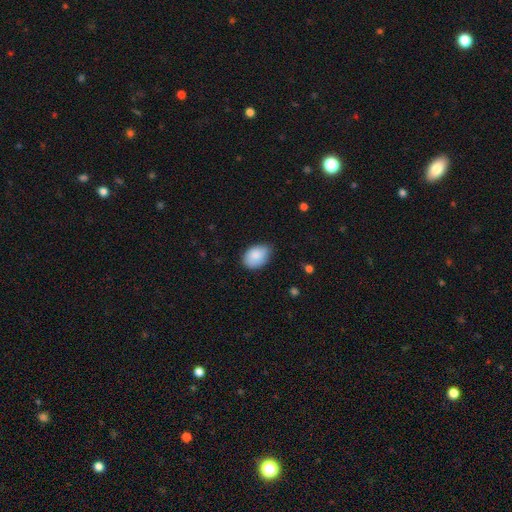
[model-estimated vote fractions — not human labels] Overall: smooth (87%). How rounded: in between (84%). Merging: none (67%; minor disturbance 28%).